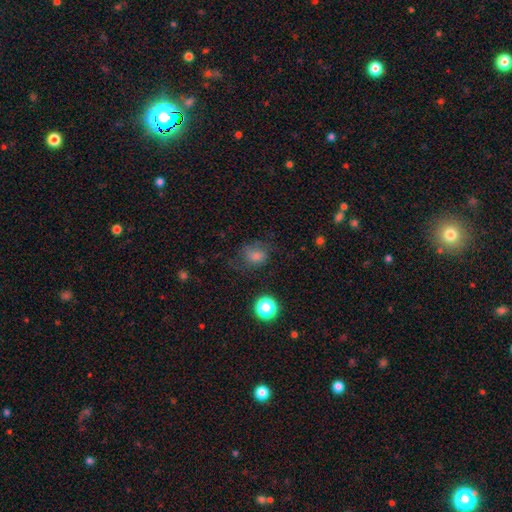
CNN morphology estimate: This is possibly a smooth galaxy (60%). How rounded: possibly round (58%). Merging: possibly none (58%).